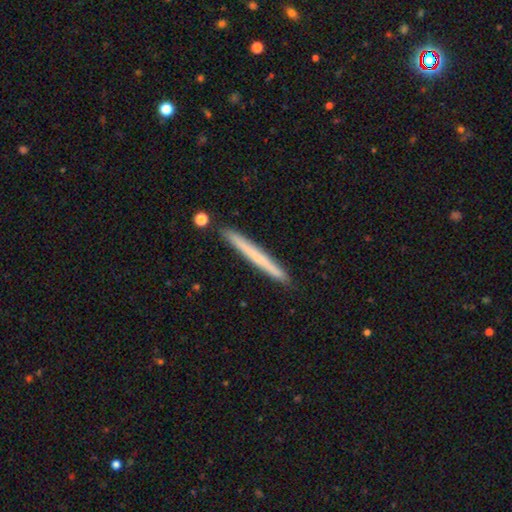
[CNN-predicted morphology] This appears to be a smooth galaxy with no disk features (59%) that is cigar-shaped (97%). Merging: none (90%).